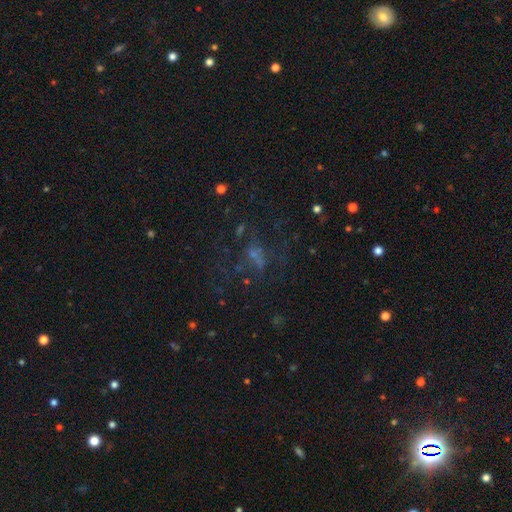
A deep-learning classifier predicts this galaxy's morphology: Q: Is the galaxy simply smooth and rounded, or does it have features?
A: featured or disk — 37%.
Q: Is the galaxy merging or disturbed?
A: none — 45%.